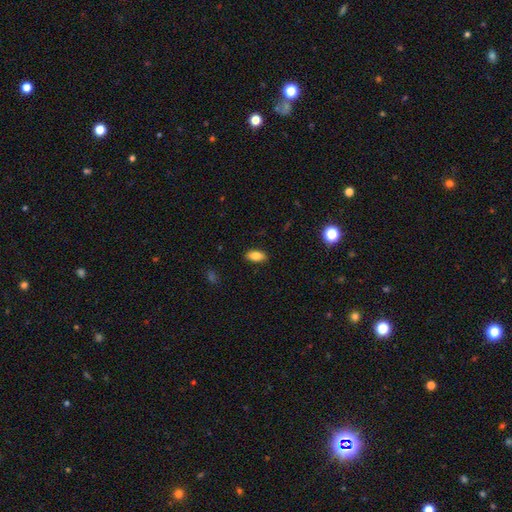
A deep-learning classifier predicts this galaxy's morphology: smooth_or_featured: smooth (p=0.81) [alt: featured or disk p=0.10]
how_rounded: in between (p=0.88) [alt: cigar-shaped p=0.07]
merging: none (p=0.88) [alt: minor disturbance p=0.09]